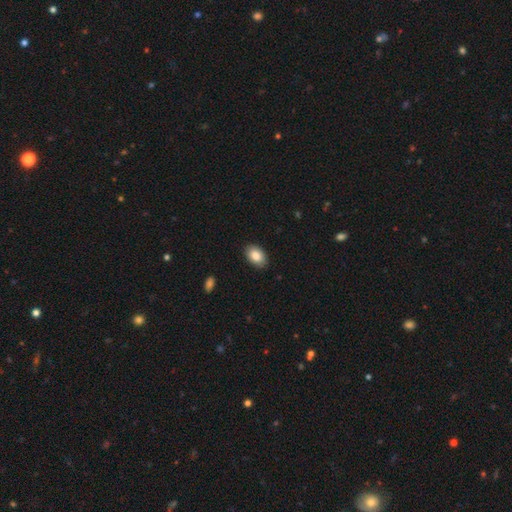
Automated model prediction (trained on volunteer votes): Smooth or featured? smooth (86%)
How rounded? in between (89%)
Merging? none (89%)